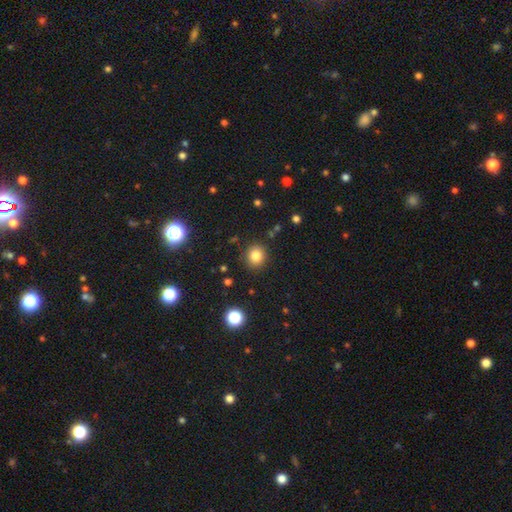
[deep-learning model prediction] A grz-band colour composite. It shows a smooth galaxy with no disk features (82%) that is round (84%). Merging: none (87%).